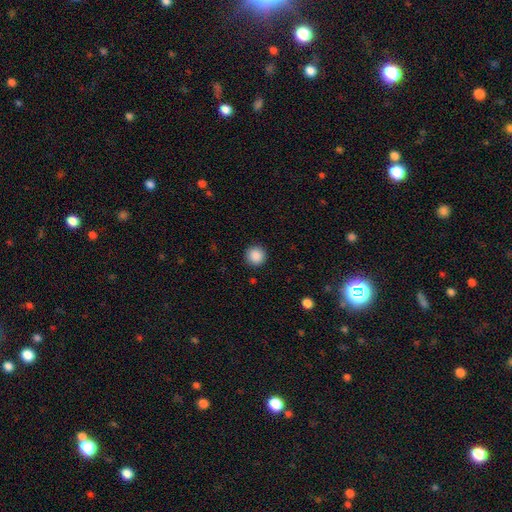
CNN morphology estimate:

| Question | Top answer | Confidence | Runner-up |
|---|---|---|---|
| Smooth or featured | smooth | 88% | star or artifact (9%) |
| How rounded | round | 95% | in between (4%) |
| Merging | none | 92% | minor disturbance (5%) |